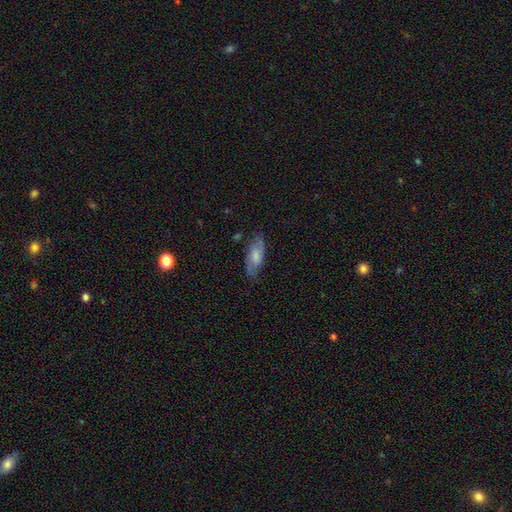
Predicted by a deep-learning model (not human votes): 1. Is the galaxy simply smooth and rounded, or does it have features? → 59% smooth, 35% featured or disk, 7% star or artifact.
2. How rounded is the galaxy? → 78% in between, 20% cigar-shaped, 2% round.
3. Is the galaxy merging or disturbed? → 73% none, 20% minor disturbance, 6% major disturbance, 2% merger.